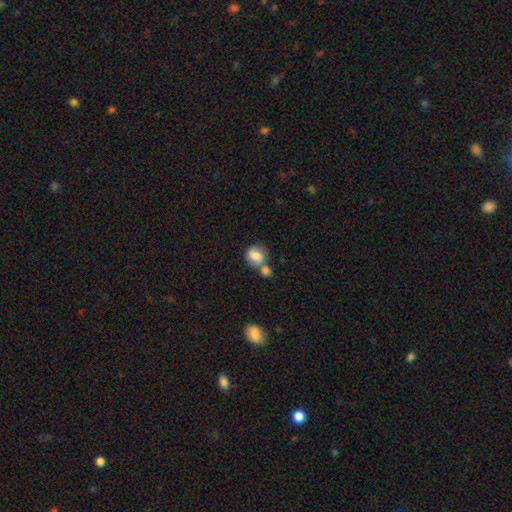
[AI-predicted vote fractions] Smooth or featured? smooth (79%)
How rounded? round (65%)
Merging? merger (52%)